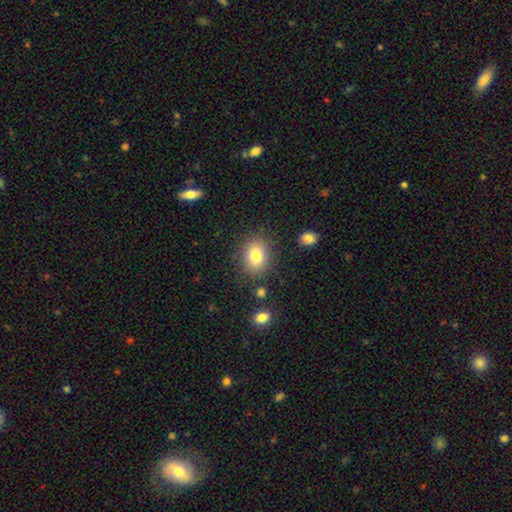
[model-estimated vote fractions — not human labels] smooth-or-featured: smooth: 80% | star or artifact: 10% | featured or disk: 10%
  how-rounded: in between: 53% | round: 46% | cigar-shaped: 1%
  merging: none: 82% | minor disturbance: 11% | major disturbance: 4% | merger: 3%